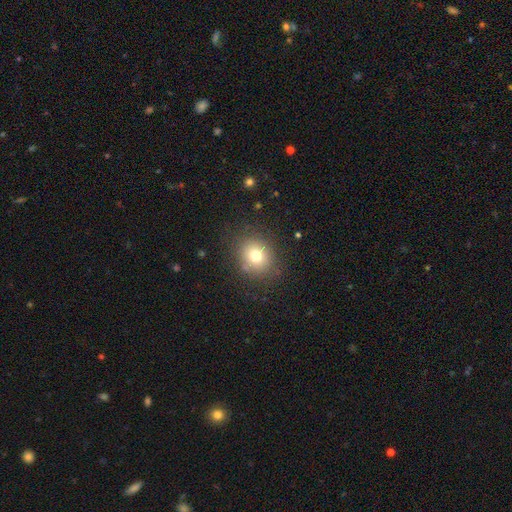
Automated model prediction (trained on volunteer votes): Smooth or featured? smooth (74%)
How rounded? round (73%)
Merging? none (84%)